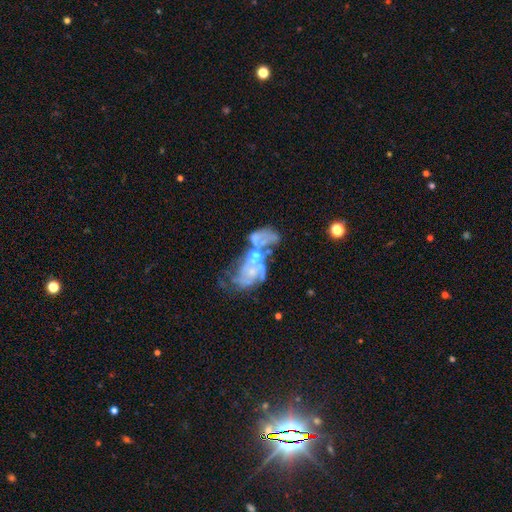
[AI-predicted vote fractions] Smooth or featured: featured or disk — 65% (star or artifact — 17%)
Edge-on disk: no — 95% (yes — 5%)
Bar: no — 74% (weak — 19%)
Spiral arms: yes — 59% (no — 41%)
Bulge size: small — 56% (moderate — 22%)
Merging: merger — 40% (none — 26%)